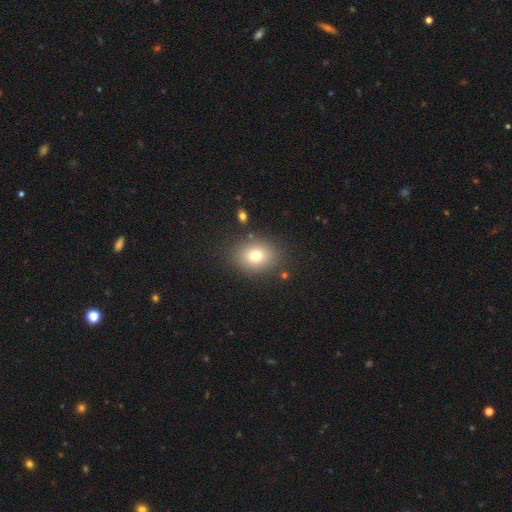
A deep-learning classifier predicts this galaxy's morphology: Q: Smooth or featured?
A: smooth (76%); runner-up: star or artifact (12%)
Q: How rounded?
A: round (52%); runner-up: in between (47%)
Q: Merging?
A: none (83%); runner-up: minor disturbance (10%)